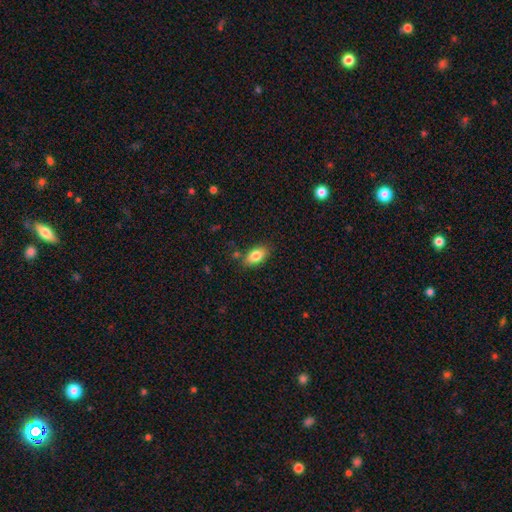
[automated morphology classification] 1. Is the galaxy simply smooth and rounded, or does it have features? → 83% smooth, 10% featured or disk, 8% star or artifact.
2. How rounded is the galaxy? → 90% in between, 5% round, 5% cigar-shaped.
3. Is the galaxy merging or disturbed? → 80% none, 13% minor disturbance, 4% merger, 3% major disturbance.